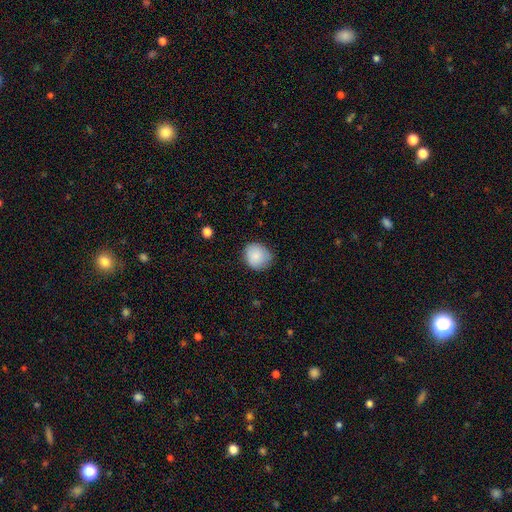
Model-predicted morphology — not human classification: Smooth or featured? Predicted: smooth (p=0.86). How rounded? Predicted: round (p=0.81). Merging? Predicted: none (p=0.75).